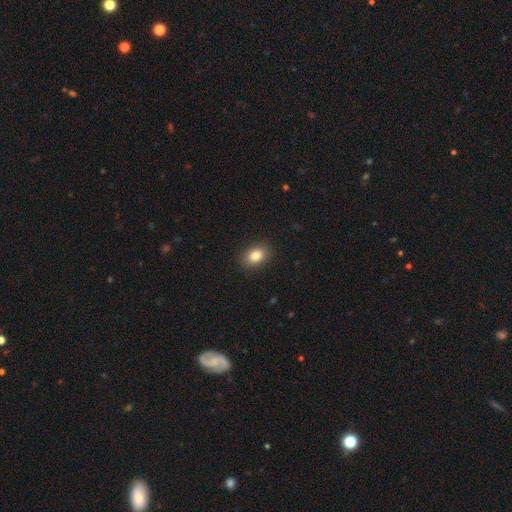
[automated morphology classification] Smooth or featured? Predicted: smooth (p=0.84). How rounded? Predicted: in between (p=0.74). Merging? Predicted: none (p=0.89).